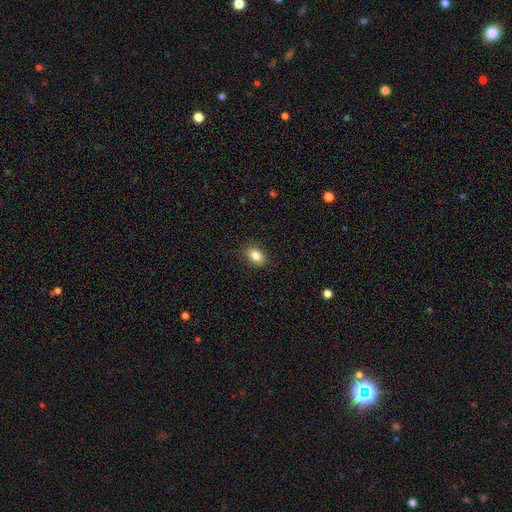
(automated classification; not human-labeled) This appears to be a smooth galaxy with no disk features (85%) that is in between round and cigar-shaped (82%). Merging: none (87%).